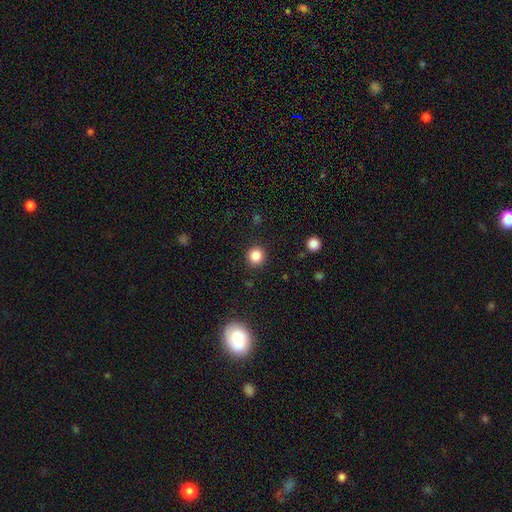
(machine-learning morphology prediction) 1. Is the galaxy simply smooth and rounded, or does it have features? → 84% smooth, 12% star or artifact, 4% featured or disk.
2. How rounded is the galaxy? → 92% round, 7% in between, 1% cigar-shaped.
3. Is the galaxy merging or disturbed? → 91% none, 6% minor disturbance, 2% major disturbance, 1% merger.